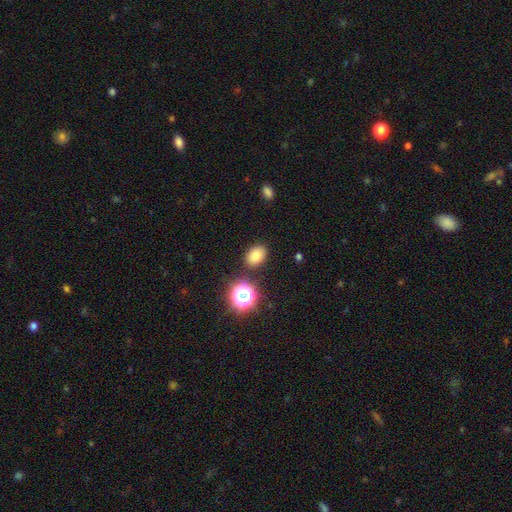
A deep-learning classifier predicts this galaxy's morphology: Smooth or featured? smooth (78%)
How rounded? in between (69%)
Merging? none (83%)